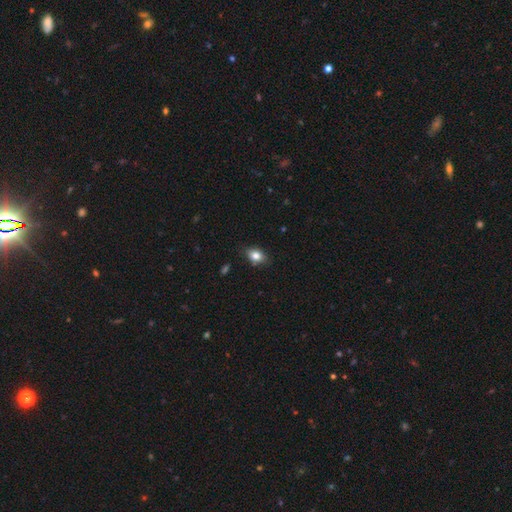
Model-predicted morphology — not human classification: Smooth or featured? Predicted: smooth (p=0.81). How rounded? Predicted: in between (p=0.76). Merging? Predicted: none (p=0.81).